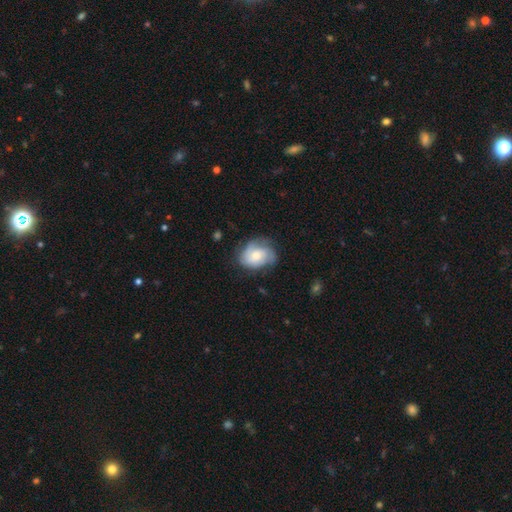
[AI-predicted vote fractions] Smooth or featured? featured or disk (52%)
Edge-on disk? no (97%)
Bar? no (73%)
Spiral arms? yes (84%)
Bulge size? moderate (53%)
Merging? none (60%)